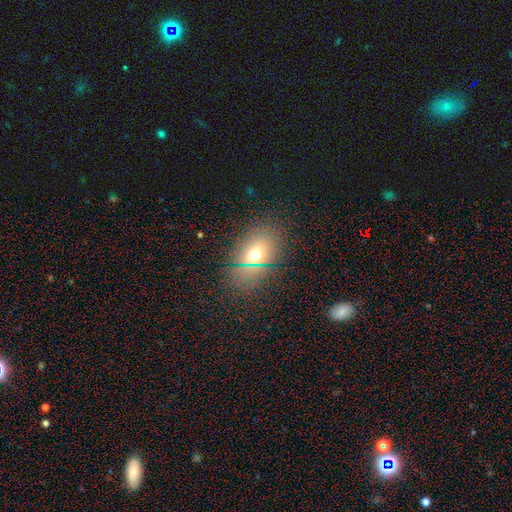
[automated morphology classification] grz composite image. It shows a smooth galaxy with no disk features (64%) that is in between round and cigar-shaped (67%). Merging: none (82%).